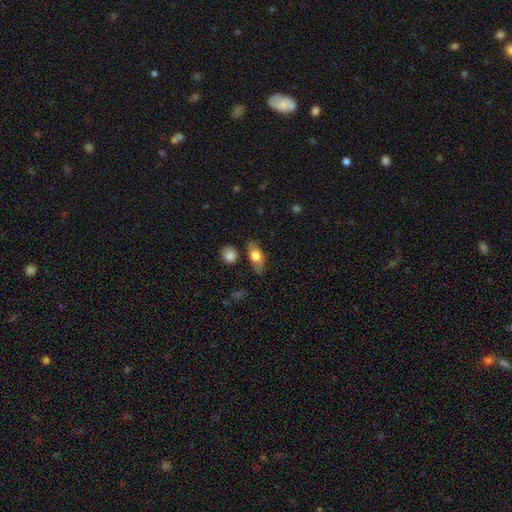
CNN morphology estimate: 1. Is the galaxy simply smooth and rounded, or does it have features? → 67% smooth, 26% featured or disk, 6% star or artifact.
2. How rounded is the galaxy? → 78% in between, 15% cigar-shaped, 8% round.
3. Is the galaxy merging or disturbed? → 73% none, 18% minor disturbance, 5% merger, 4% major disturbance.